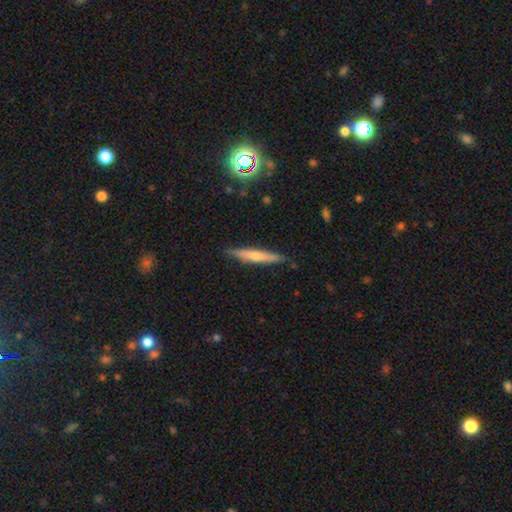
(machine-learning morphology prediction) Smooth or featured? Predicted: smooth (p=0.53). How rounded? Predicted: cigar-shaped (p=0.93). Merging? Predicted: none (p=0.86).